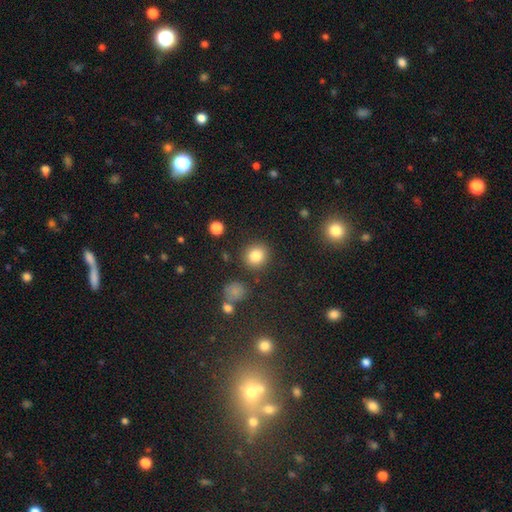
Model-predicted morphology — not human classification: This is clearly a smooth galaxy (83%). How rounded: clearly round (86%). Merging: clearly none (85%).